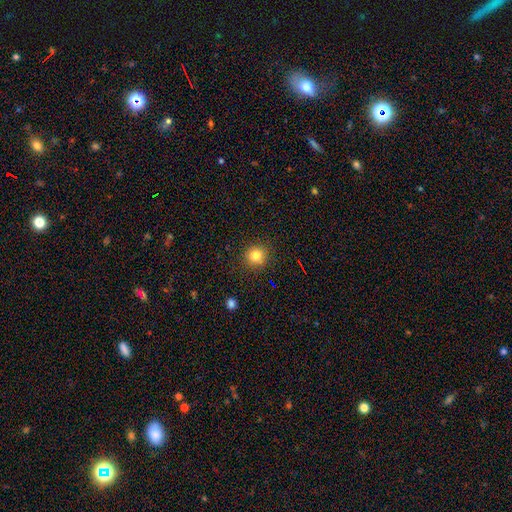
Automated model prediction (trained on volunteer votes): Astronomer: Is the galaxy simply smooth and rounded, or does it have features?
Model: smooth — 81%.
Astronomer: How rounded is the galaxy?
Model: round — 91%.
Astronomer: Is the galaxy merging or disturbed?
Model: none — 89%.